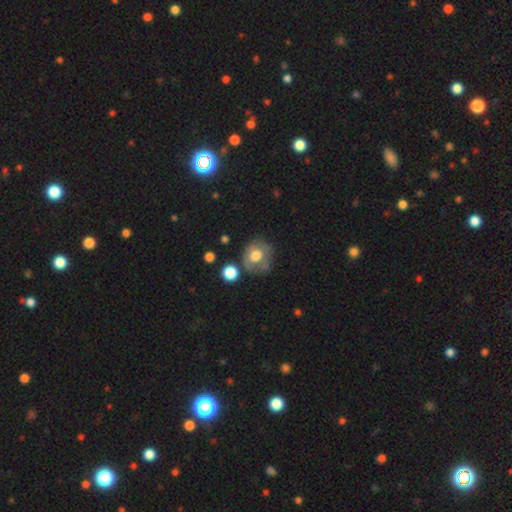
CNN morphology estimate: Overall: smooth (57%; featured or disk 34%). How rounded: round (73%). Merging: none (55%; minor disturbance 24%).